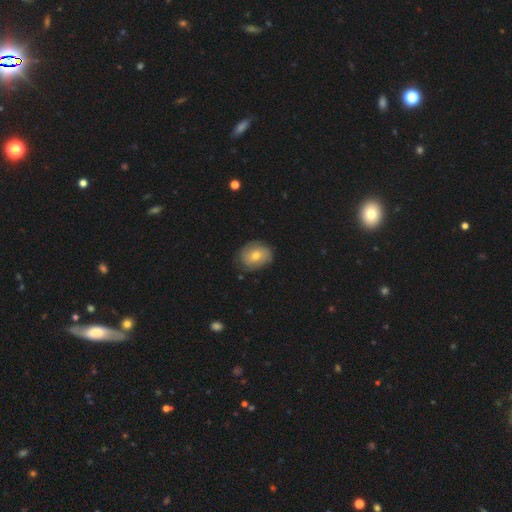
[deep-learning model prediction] Smooth or featured?
  - smooth: 55% *
  - featured or disk: 37%
  - star or artifact: 7%
How rounded?
  - in between: 51% *
  - round: 48%
  - cigar-shaped: 1%
Merging?
  - none: 75% *
  - minor disturbance: 20%
  - major disturbance: 5%
  - merger: 1%